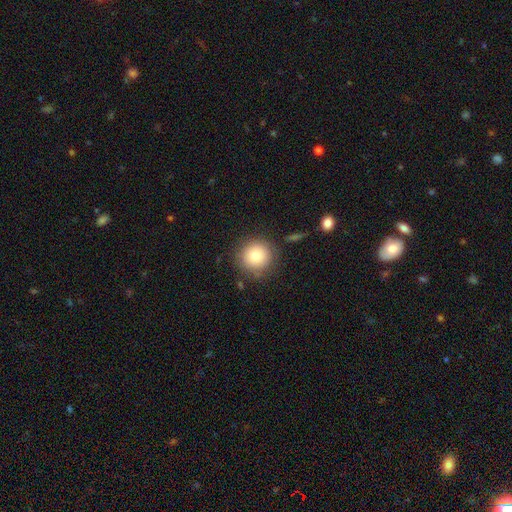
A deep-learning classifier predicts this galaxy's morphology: smooth 79%, featured or disk 11%, star or artifact 10%. Down the decision tree: how rounded — round (94%); merging — none (84%).